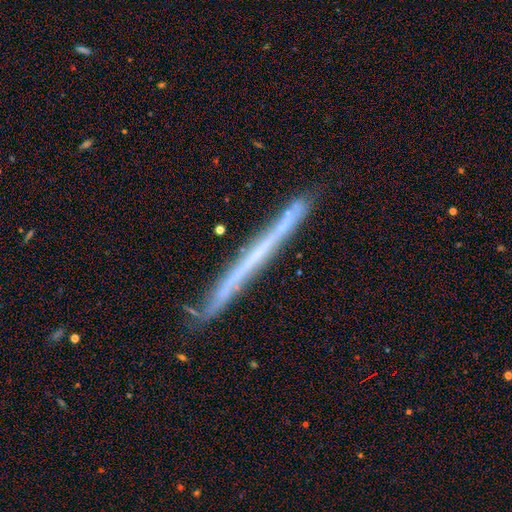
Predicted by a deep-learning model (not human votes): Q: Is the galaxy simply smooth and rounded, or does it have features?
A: featured or disk — 61%.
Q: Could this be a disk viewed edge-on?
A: yes — 95%.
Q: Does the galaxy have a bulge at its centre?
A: none — 93%.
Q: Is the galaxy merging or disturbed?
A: none — 84%.